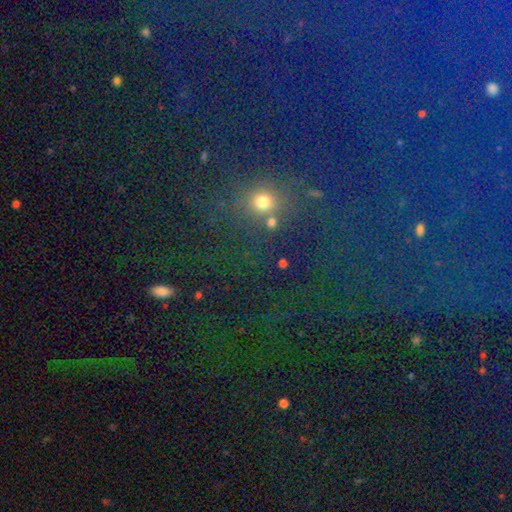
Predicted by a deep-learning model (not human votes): star or artifact 51%, smooth 40%, featured or disk 9%.